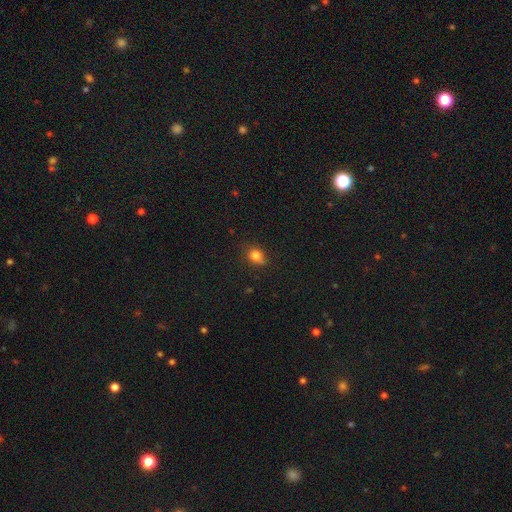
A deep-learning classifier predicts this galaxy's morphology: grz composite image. It shows a smooth galaxy with no disk features (80%) that is round (56%). Merging: none (64%).